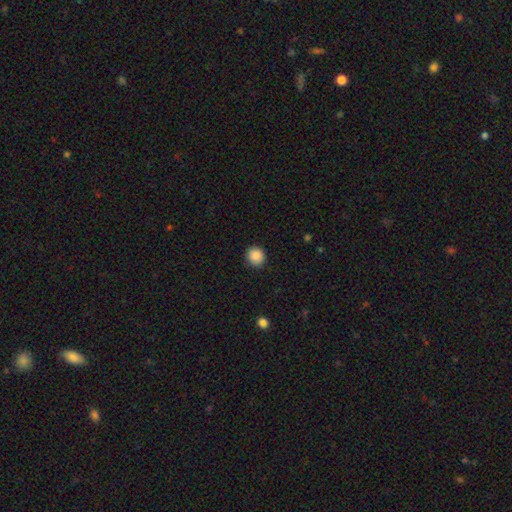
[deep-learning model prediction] Overall: smooth (87%). How rounded: round (92%). Merging: none (89%).